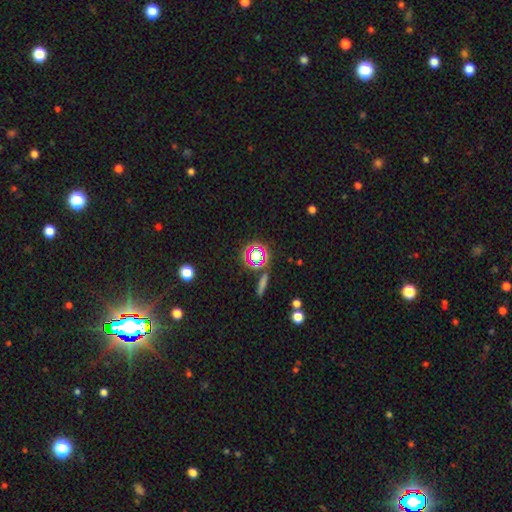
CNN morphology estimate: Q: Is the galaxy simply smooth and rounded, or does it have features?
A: star or artifact — 53%.